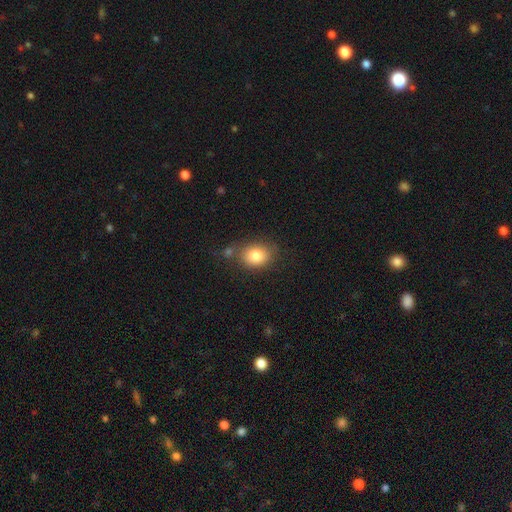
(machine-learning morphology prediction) The model was most divided on "how rounded": in between: 60%, round: 39%, cigar-shaped: 1%. More confident: smooth or featured — smooth (83%); merging — none (68%).